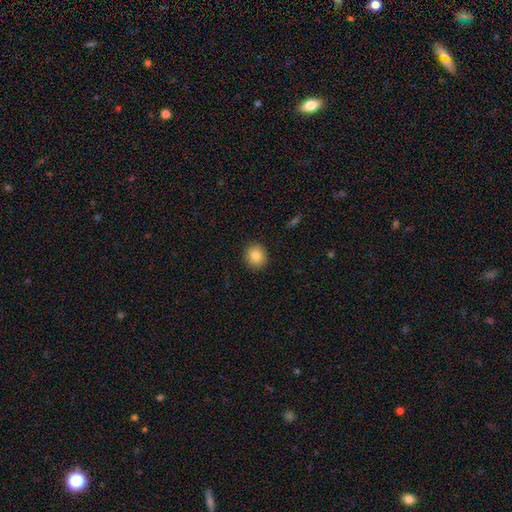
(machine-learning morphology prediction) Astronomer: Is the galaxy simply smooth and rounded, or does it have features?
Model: smooth — 84%.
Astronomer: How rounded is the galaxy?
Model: round — 83%.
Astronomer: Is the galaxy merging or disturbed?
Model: none — 91%.